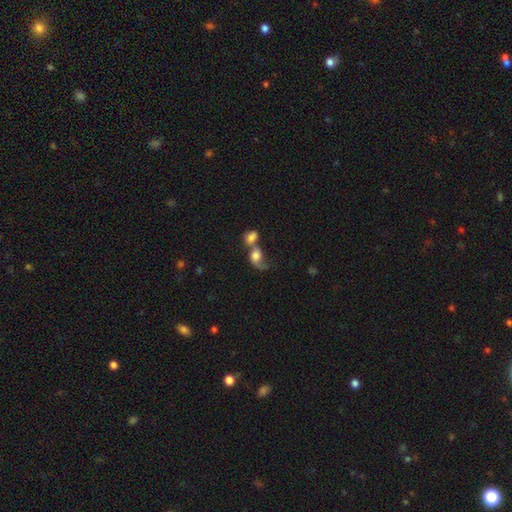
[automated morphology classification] Smooth or featured? smooth (58%)
How rounded? in between (59%)
Merging? merger (73%)